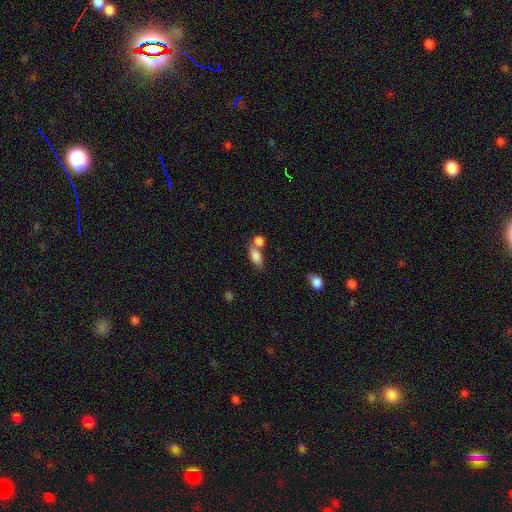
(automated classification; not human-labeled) Smooth or featured: smooth — 81% (featured or disk — 11%)
How rounded: in between — 85% (cigar-shaped — 8%)
Merging: merger — 47% (none — 36%)